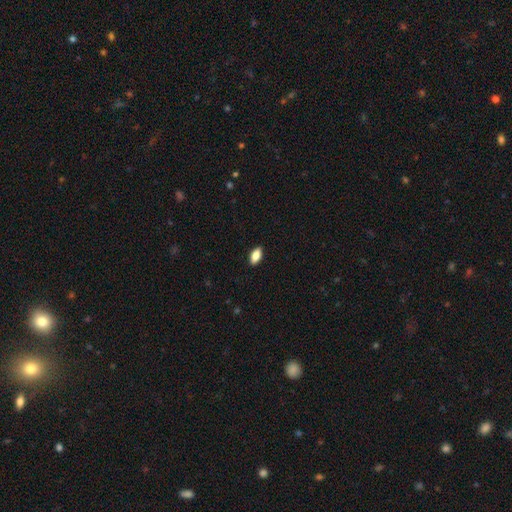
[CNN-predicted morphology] The model was most divided on "smooth or featured": smooth: 84%, featured or disk: 8%, star or artifact: 7%. More confident: merging — none (89%); how rounded — in between (89%).